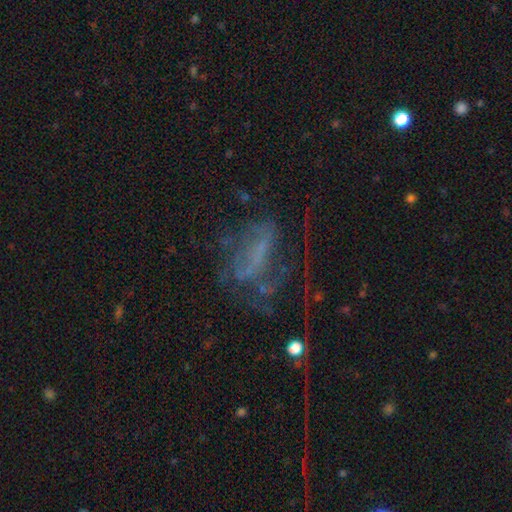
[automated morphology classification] smooth_or_featured: featured or disk (p=0.46) [alt: star or artifact p=0.29]
merging: major disturbance (p=0.39) [tied with: none p=0.39]